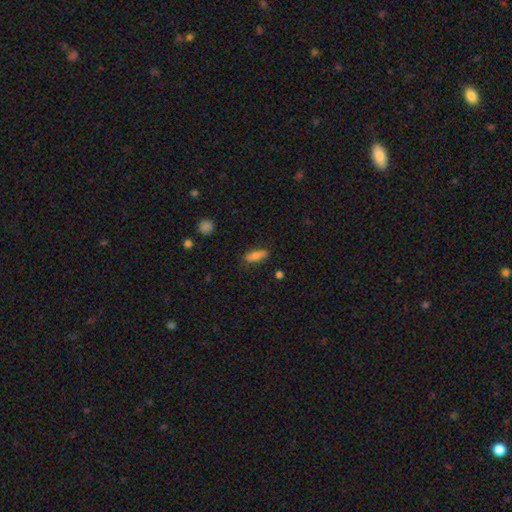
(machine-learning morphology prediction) Smooth or featured? Predicted: smooth (p=0.75). How rounded? Predicted: in between (p=0.67). Merging? Predicted: none (p=0.79).